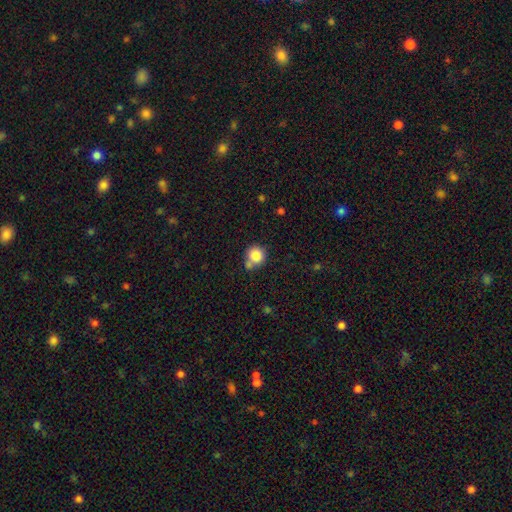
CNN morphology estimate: Smooth or featured? smooth (83%)
How rounded? round (90%)
Merging? none (59%)